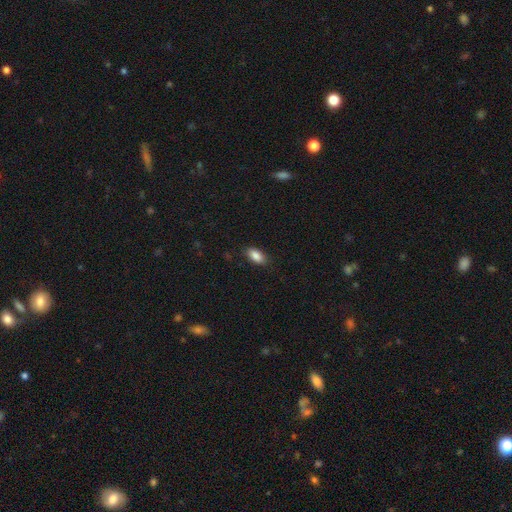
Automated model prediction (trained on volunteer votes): Overall: smooth (88%). How rounded: in between (91%). Merging: none (86%).